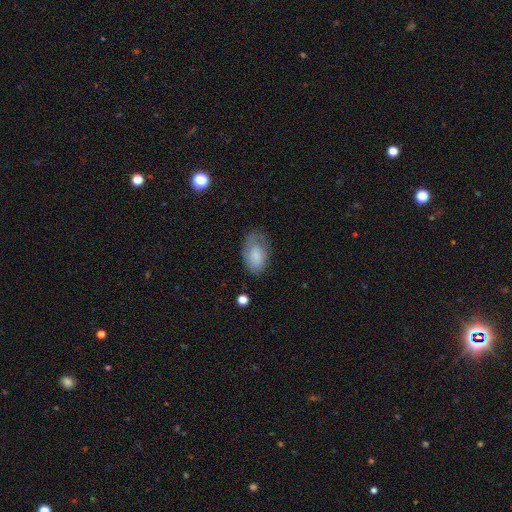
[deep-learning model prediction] smooth_or_featured: smooth (p=0.77) [alt: featured or disk p=0.16]
how_rounded: in between (p=0.91) [alt: round p=0.08]
merging: none (p=0.54) [alt: minor disturbance p=0.29]